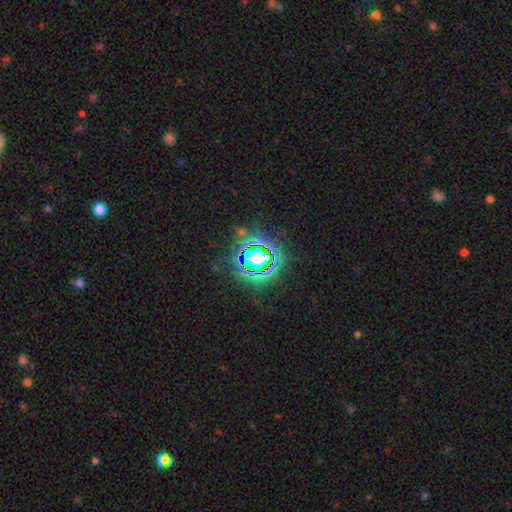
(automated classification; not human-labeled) This appears to be a star or artifact, not a galaxy (70%).